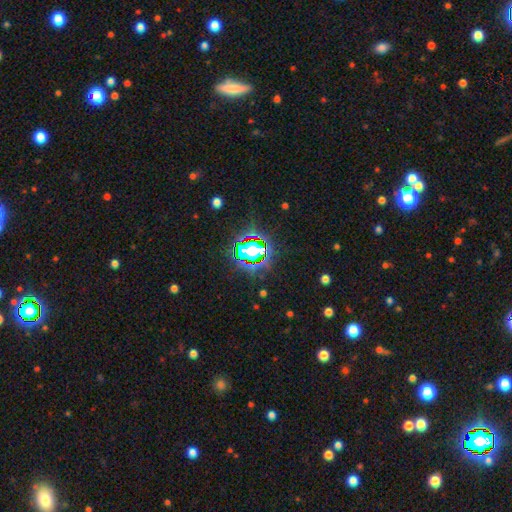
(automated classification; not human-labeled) Smooth or featured? star or artifact (74%)